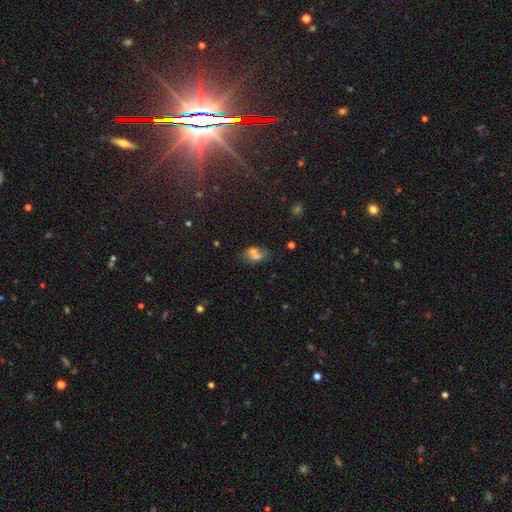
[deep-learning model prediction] This appears to be a smooth galaxy with no disk features (53%) that is in between round and cigar-shaped (66%). Merging: none (41%).